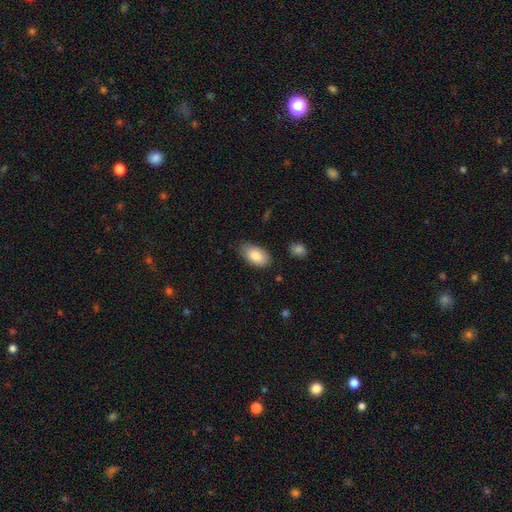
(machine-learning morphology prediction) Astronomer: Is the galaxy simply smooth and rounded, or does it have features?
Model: smooth — 85%.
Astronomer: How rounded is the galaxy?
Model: in between — 94%.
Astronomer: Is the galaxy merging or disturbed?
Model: none — 76%.